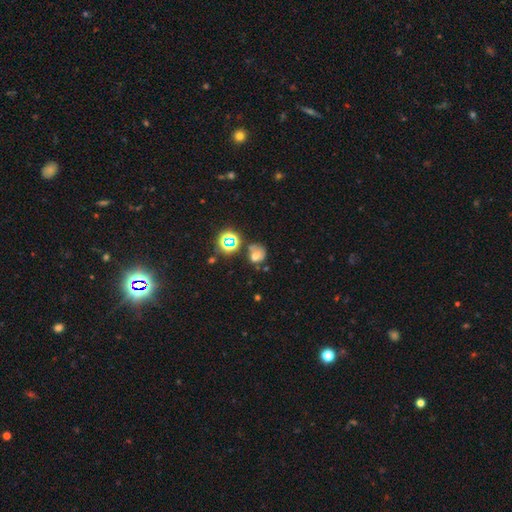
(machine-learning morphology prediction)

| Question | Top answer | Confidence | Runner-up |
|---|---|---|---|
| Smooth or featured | smooth | 53% | star or artifact (26%) |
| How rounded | round | 65% | in between (34%) |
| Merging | none | 49% | minor disturbance (23%) |